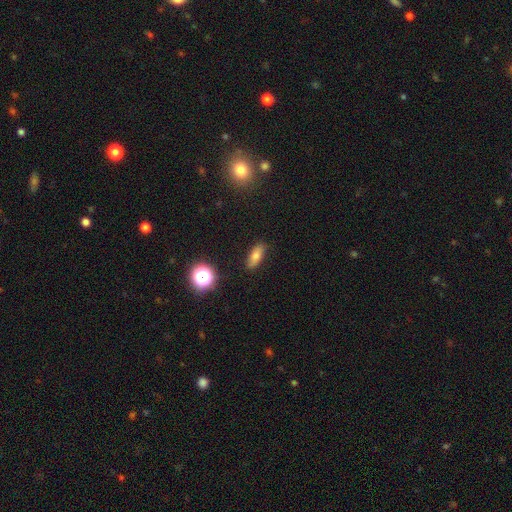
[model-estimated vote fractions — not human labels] This is likely a smooth galaxy (72%). How rounded: likely in between (67%). Merging: clearly none (86%).